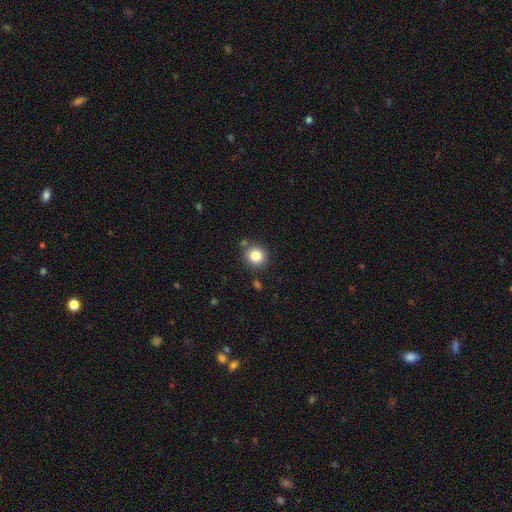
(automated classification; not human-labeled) This appears to be a smooth galaxy with no disk features (83%) that is round (89%). Merging: none (82%).